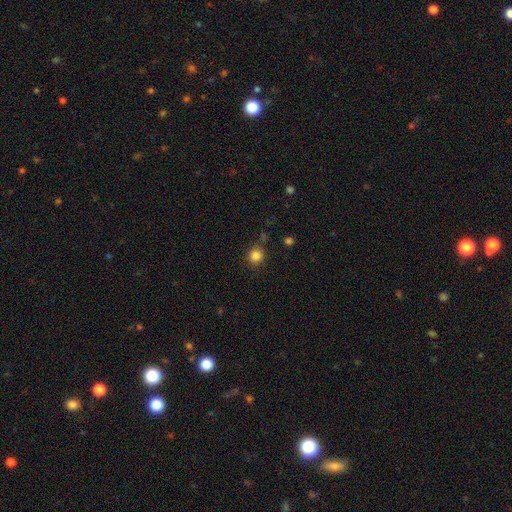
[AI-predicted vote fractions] This appears to be a smooth galaxy with no disk features (84%) that is round (90%). Merging: none (83%).